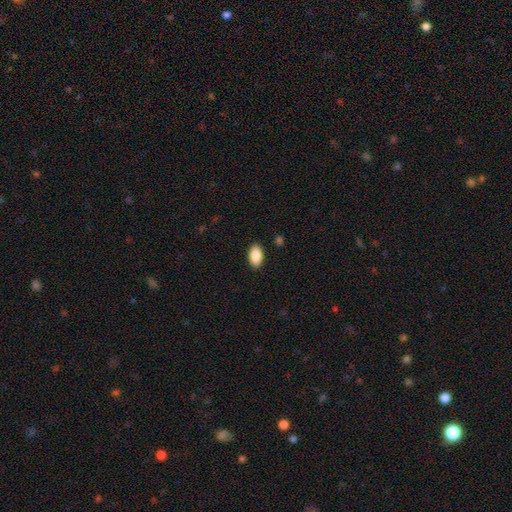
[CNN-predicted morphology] Smooth or featured: smooth — 88% (star or artifact — 7%)
How rounded: in between — 93% (round — 4%)
Merging: none — 89% (minor disturbance — 8%)